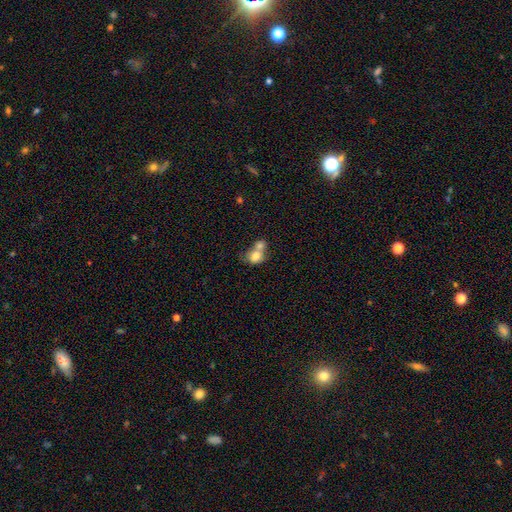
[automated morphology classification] smooth 74%, featured or disk 17%, star or artifact 9%. Down the decision tree: how rounded — round (52%); merging — merger (71%).